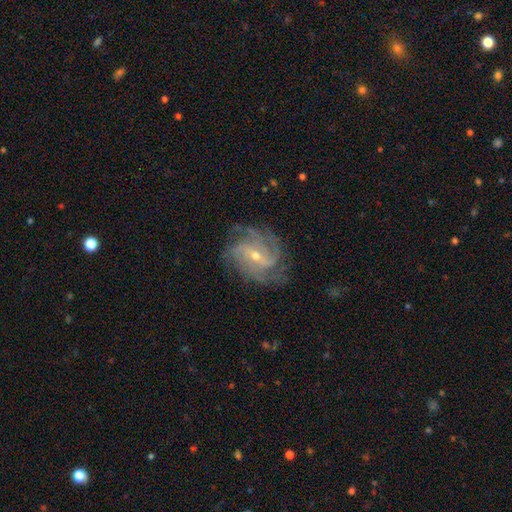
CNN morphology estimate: smooth-or-featured: featured or disk: 89% | star or artifact: 6% | smooth: 5%
  disk-edge-on: no: 97% | yes: 3%
    bar: weak: 48% | no: 30% | strong: 22%
    has-spiral-arms: yes: 98% | no: 2%
      spiral-winding: tight: 48% | medium: 42% | loose: 10%
      spiral-arm-count: 4: 30% | 3: 28% | can't tell: 16% | 2: 12% | more than 4: 8% | 1: 6%
    bulge-size: small: 60% | moderate: 37% | large: 1% | none: 1% | dominant: 1%
  merging: none: 77% | minor disturbance: 16% | major disturbance: 6% | merger: 1%